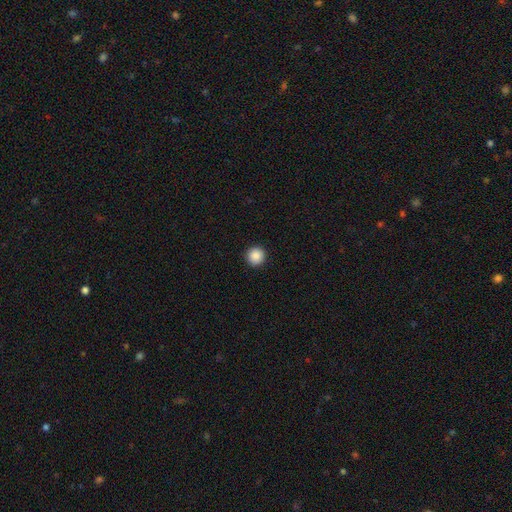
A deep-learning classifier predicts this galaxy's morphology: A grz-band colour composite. It shows a smooth galaxy with no disk features (88%) that is round (95%). Merging: none (93%).